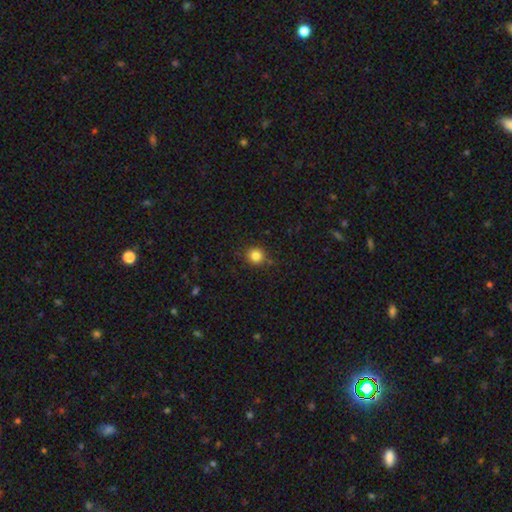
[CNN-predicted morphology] smooth_or_featured: smooth (p=0.84) [alt: star or artifact p=0.12]
how_rounded: round (p=0.91) [alt: in between p=0.09]
merging: none (p=0.84) [alt: minor disturbance p=0.11]